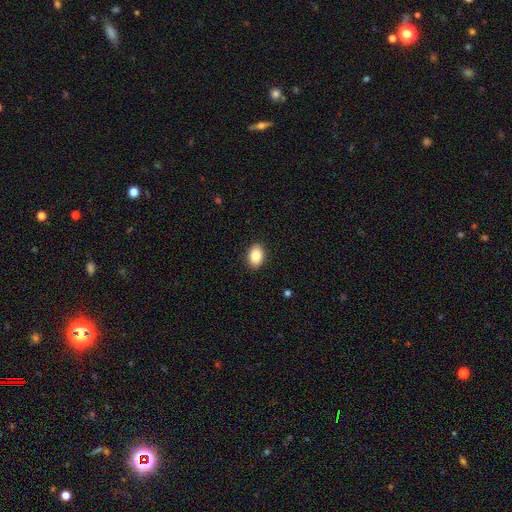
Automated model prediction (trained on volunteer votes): The model was most divided on "how rounded": in between: 80%, round: 19%, cigar-shaped: 1%. More confident: merging — none (89%); smooth or featured — smooth (87%).